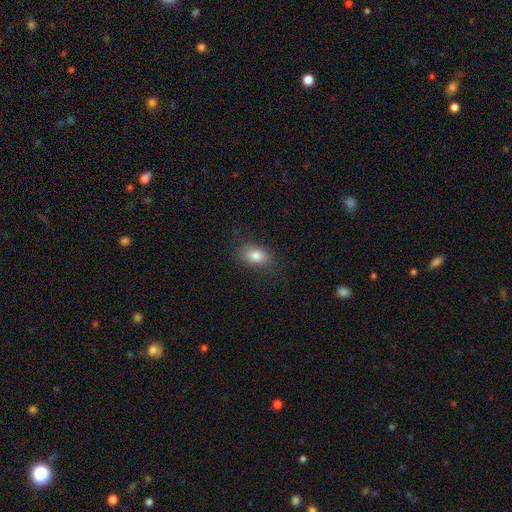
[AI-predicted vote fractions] Smooth or featured? Predicted: smooth (p=0.82). How rounded? Predicted: in between (p=0.86). Merging? Predicted: none (p=0.82).